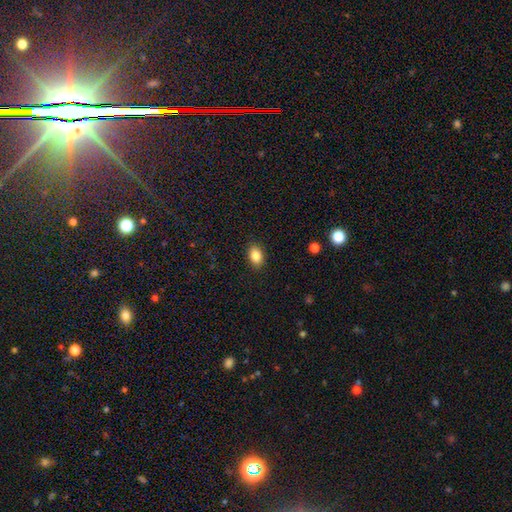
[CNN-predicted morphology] Overall: smooth (86%). How rounded: in between (82%). Merging: none (88%).